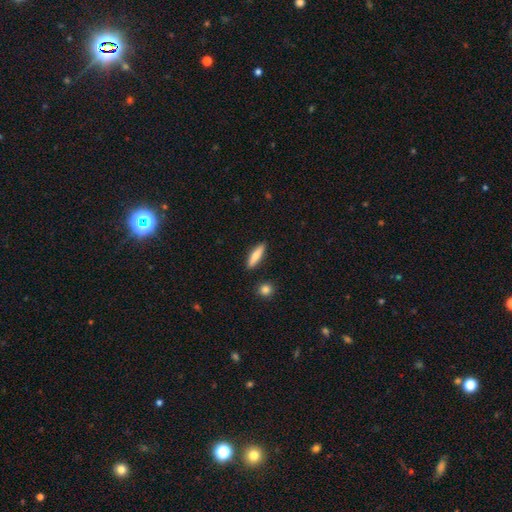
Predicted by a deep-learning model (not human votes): Q: Smooth or featured?
A: smooth (74%); runner-up: featured or disk (20%)
Q: How rounded?
A: cigar-shaped (71%); runner-up: in between (27%)
Q: Merging?
A: none (89%); runner-up: minor disturbance (7%)